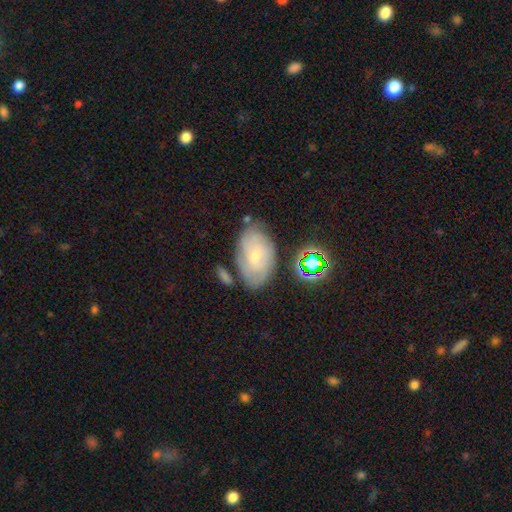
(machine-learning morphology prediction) A featured or disk galaxy (54%) with no bar (71%), spiral arms (78%) and a small central bulge (74%). Merging: none (66%).